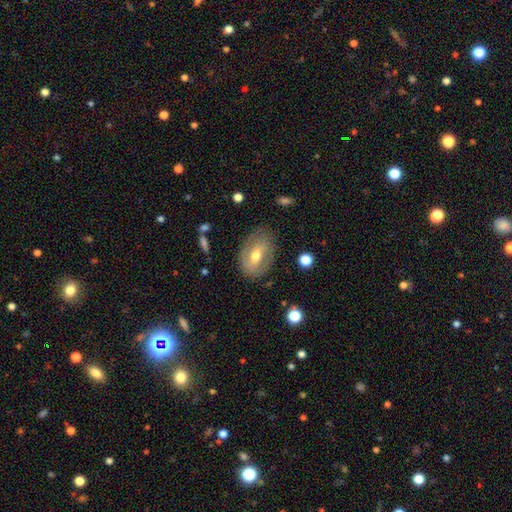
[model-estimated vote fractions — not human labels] Smooth or featured: featured or disk — 58% (smooth — 35%)
Edge-on disk: no — 92% (yes — 8%)
Bar: weak — 43% (no — 31%)
Spiral arms: yes — 58% (no — 42%)
Bulge size: moderate — 72% (small — 19%)
Merging: none — 74% (minor disturbance — 18%)